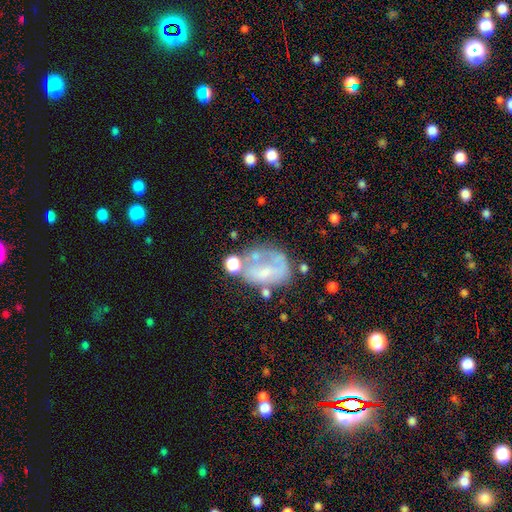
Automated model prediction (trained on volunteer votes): Smooth or featured? featured or disk (51%)
Edge-on disk? no (97%)
Merging? none (35%)